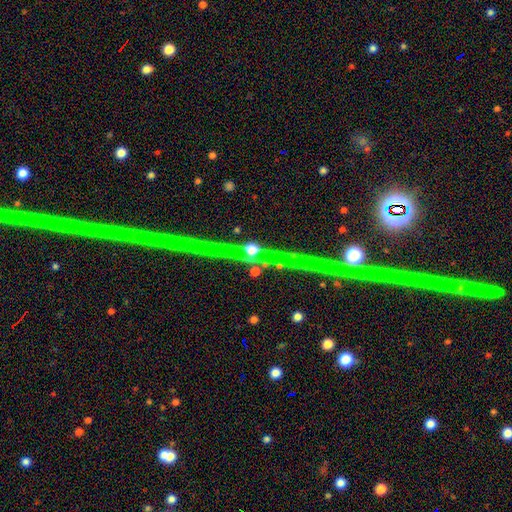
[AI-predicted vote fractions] This is likely a featured or disk galaxy (69%). It is clearly viewed edge-on (91%). Edge-on bulge: clearly rounded (94%). Merging: clearly none (86%).